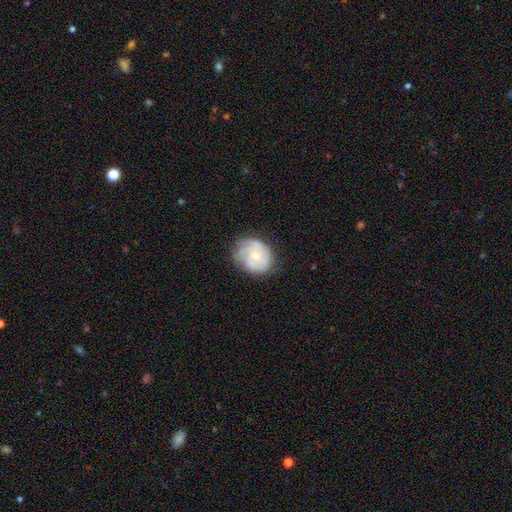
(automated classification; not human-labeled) Smooth or featured? Predicted: featured or disk (p=0.70). Edge-on disk? Predicted: no (p=0.98). Bar? Predicted: no (p=0.79). Spiral arms? Predicted: yes (p=0.88). Spiral winding? Predicted: tight (p=0.59). Spiral arm count? Predicted: can't tell (p=0.32, tied with 3). Bulge size? Predicted: small (p=0.54). Merging? Predicted: none (p=0.65).